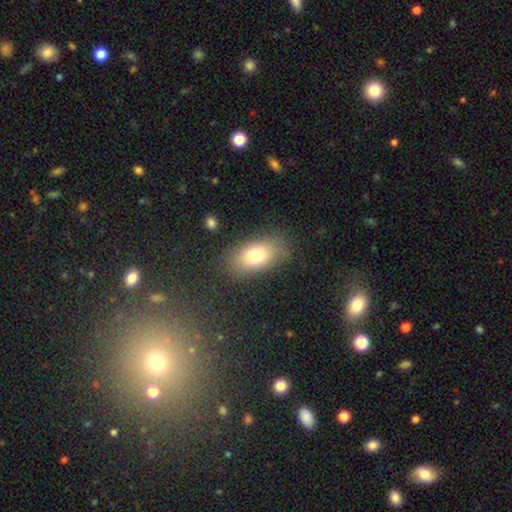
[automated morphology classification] smooth-or-featured: smooth: 76% | featured or disk: 14% | star or artifact: 9%
  how-rounded: in between: 88% | round: 9% | cigar-shaped: 3%
  merging: none: 80% | minor disturbance: 13% | major disturbance: 5% | merger: 2%